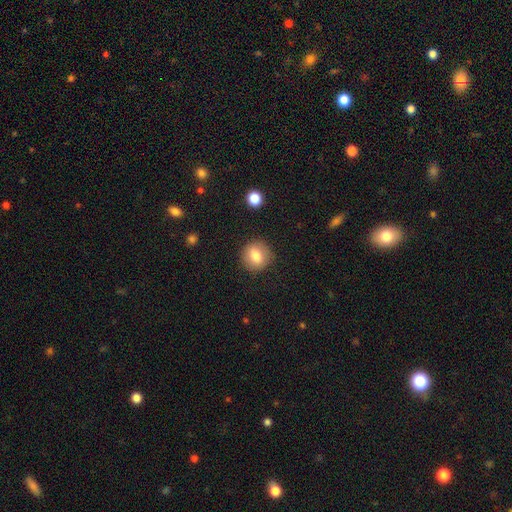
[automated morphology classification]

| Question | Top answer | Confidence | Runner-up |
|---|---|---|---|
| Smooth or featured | smooth | 78% | featured or disk (13%) |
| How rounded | round | 83% | in between (16%) |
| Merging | none | 86% | minor disturbance (9%) |